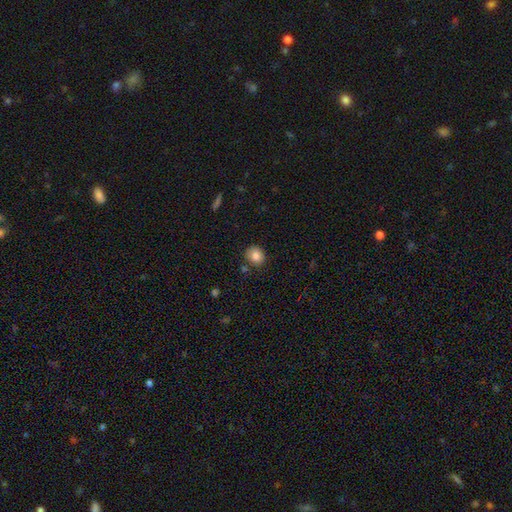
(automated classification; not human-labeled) smooth_or_featured: smooth (p=0.84) [alt: star or artifact p=0.10]
how_rounded: round (p=0.73) [alt: in between p=0.26]
merging: none (p=0.81) [alt: minor disturbance p=0.12]